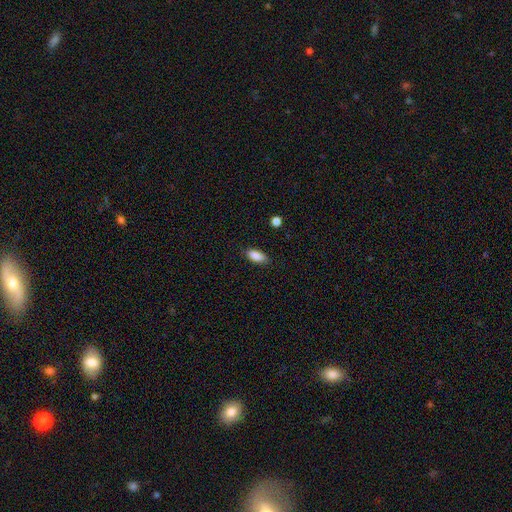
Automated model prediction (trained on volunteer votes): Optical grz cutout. It shows a smooth galaxy with no disk features (88%) that is in between round and cigar-shaped (86%). Merging: none (83%).